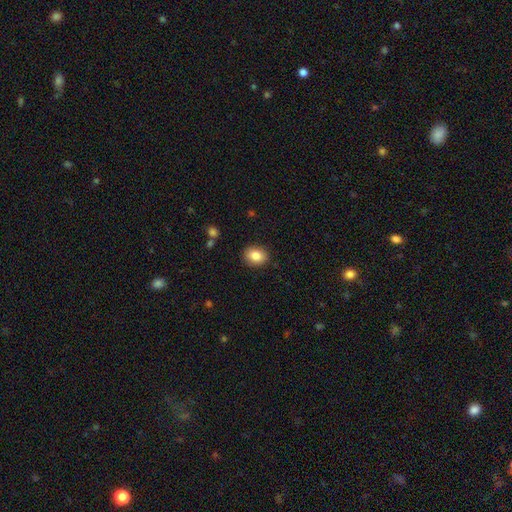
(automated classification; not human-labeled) smooth 85%, star or artifact 9%, featured or disk 7%. Down the decision tree: how rounded — in between (56%); merging — none (89%).